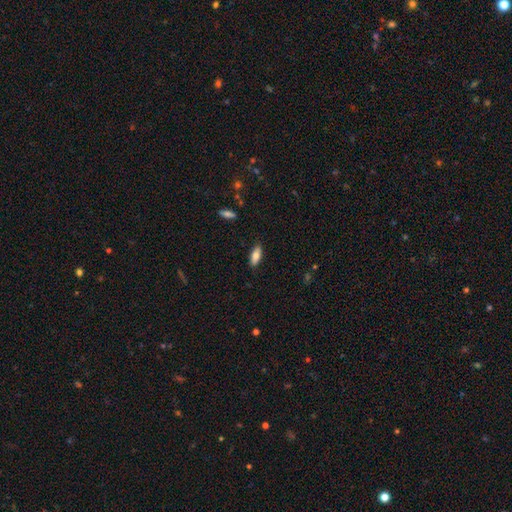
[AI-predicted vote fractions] smooth 76%, featured or disk 17%, star or artifact 7%. Down the decision tree: how rounded — in between (73%); merging — none (87%).